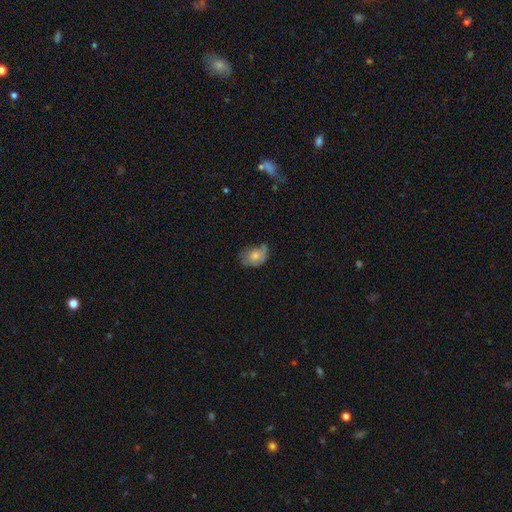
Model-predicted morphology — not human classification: Q: Smooth or featured?
A: smooth (67%); runner-up: featured or disk (25%)
Q: How rounded?
A: in between (75%); runner-up: round (23%)
Q: Merging?
A: none (45%); runner-up: minor disturbance (38%)